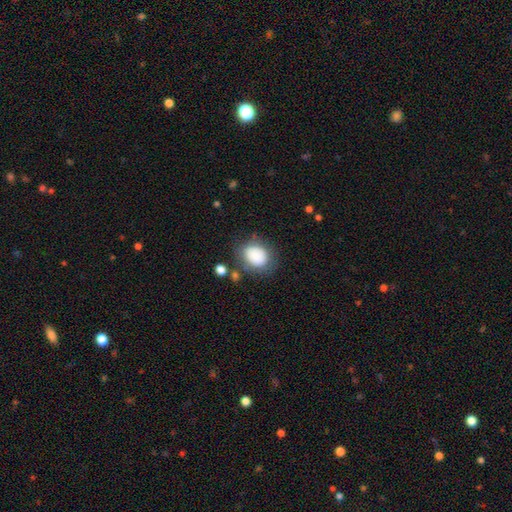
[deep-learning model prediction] smooth_or_featured: smooth (p=0.84) [alt: star or artifact p=0.08]
how_rounded: in between (p=0.52) [alt: round p=0.47]
merging: none (p=0.69) [alt: minor disturbance p=0.18]